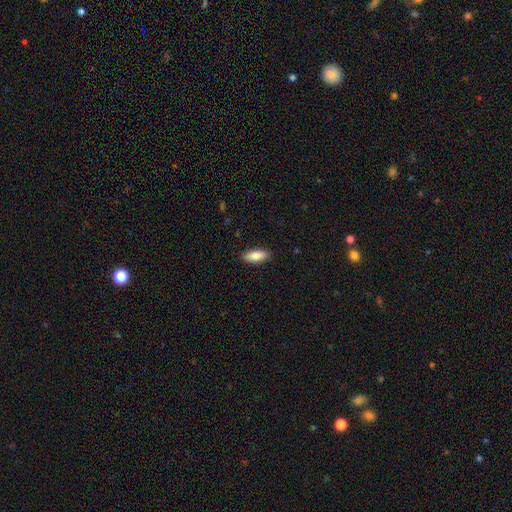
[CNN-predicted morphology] Smooth or featured? Predicted: smooth (p=0.86). How rounded? Predicted: in between (p=0.79). Merging? Predicted: none (p=0.89).